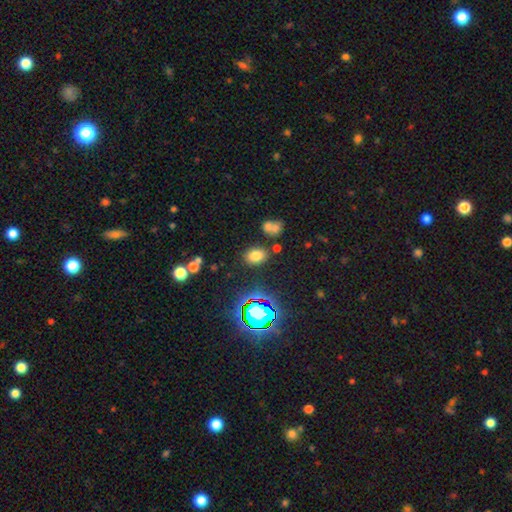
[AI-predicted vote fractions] smooth_or_featured: smooth (p=0.71) [alt: star or artifact p=0.20]
how_rounded: in between (p=0.78) [alt: round p=0.20]
merging: none (p=0.79) [alt: minor disturbance p=0.10]